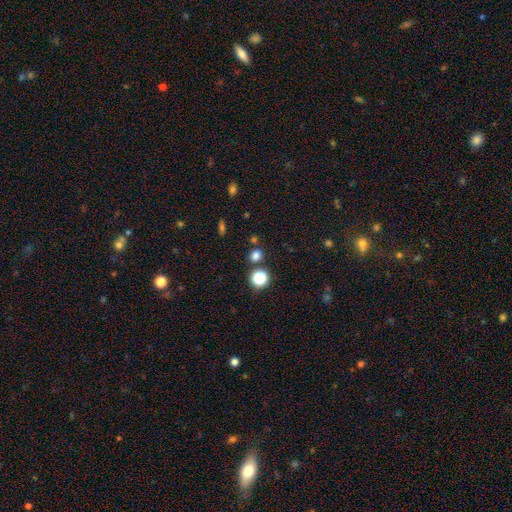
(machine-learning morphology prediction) Smooth or featured: smooth — 73% (star or artifact — 22%)
How rounded: round — 84% (in between — 15%)
Merging: none — 78% (merger — 11%)